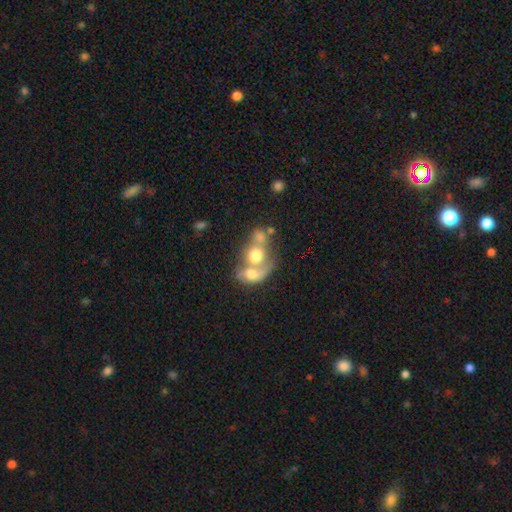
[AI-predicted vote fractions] smooth 60%, featured or disk 31%, star or artifact 10%. Down the decision tree: how rounded — round (56%); merging — merger (74%).